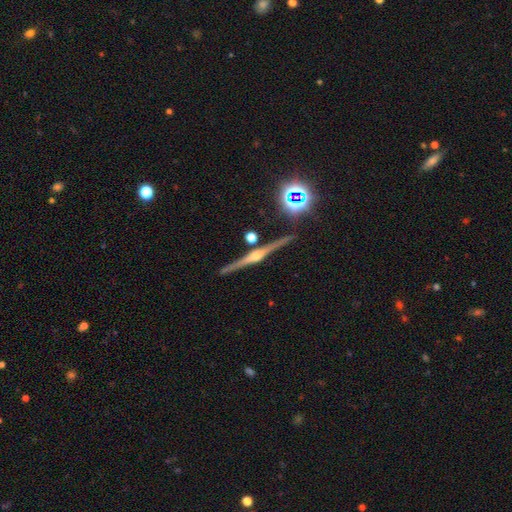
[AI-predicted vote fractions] smooth_or_featured: featured or disk (p=0.83) [alt: star or artifact p=0.09]
disk_edge_on: yes (p=0.98) [alt: no p=0.02]
edge_on_bulge: rounded (p=0.91) [alt: boxy p=0.07]
merging: none (p=0.88) [alt: minor disturbance p=0.08]